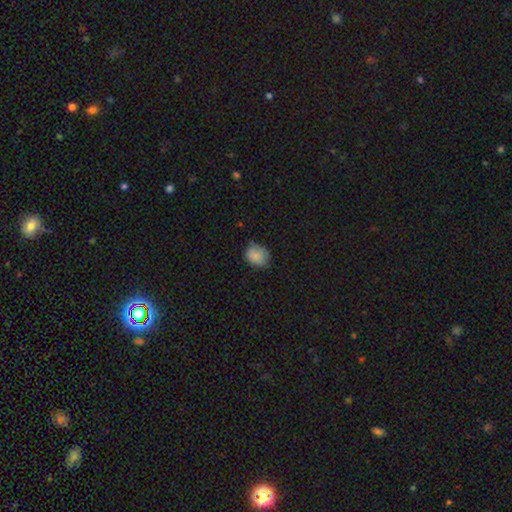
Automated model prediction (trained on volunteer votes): Smooth or featured?
  - smooth: 85% *
  - star or artifact: 9%
  - featured or disk: 6%
How rounded?
  - in between: 51% *
  - round: 48%
  - cigar-shaped: 1%
Merging?
  - none: 64% *
  - minor disturbance: 29%
  - major disturbance: 5%
  - merger: 1%